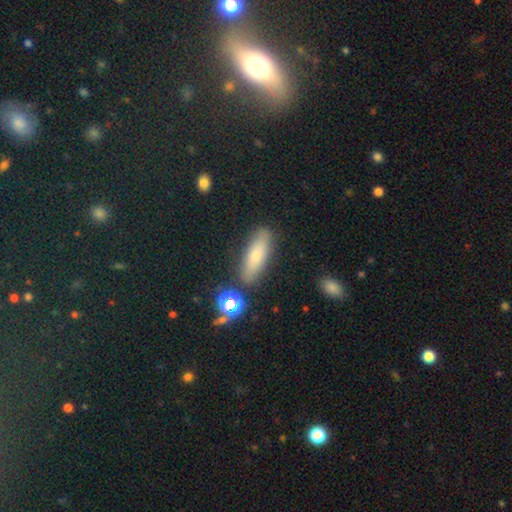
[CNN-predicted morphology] The model was most divided on "how rounded": in between: 52%, cigar-shaped: 44%, round: 4%. More confident: merging — none (82%); smooth or featured — smooth (66%).